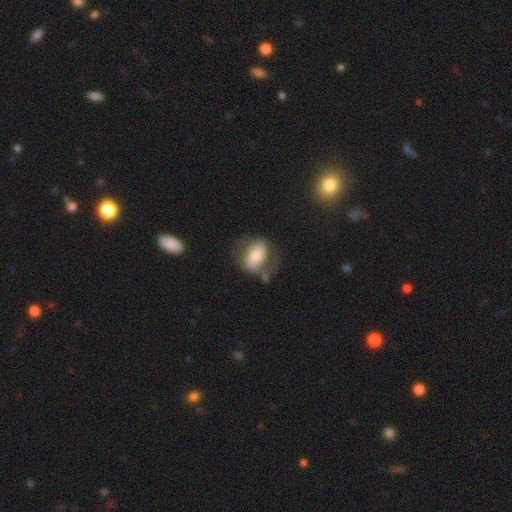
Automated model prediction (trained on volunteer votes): Morphology: type=smooth (50%); merging=none (48%).